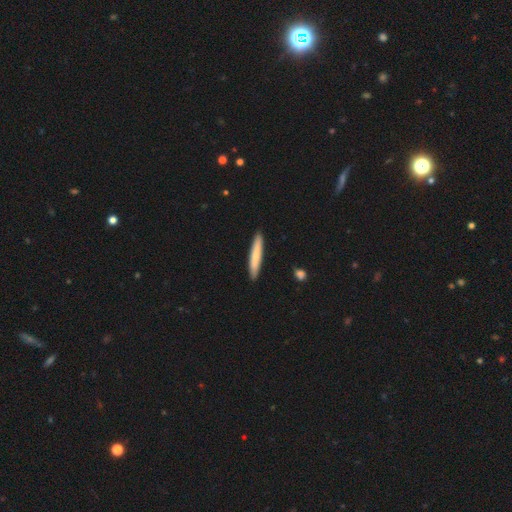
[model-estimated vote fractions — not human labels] Q: Smooth or featured?
A: smooth (73%); runner-up: featured or disk (22%)
Q: How rounded?
A: cigar-shaped (93%); runner-up: in between (6%)
Q: Merging?
A: none (91%); runner-up: minor disturbance (7%)